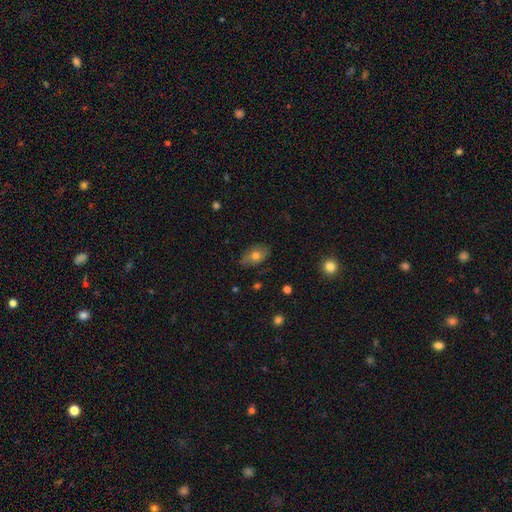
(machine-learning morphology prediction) Overall: smooth (71%). How rounded: in between (86%). Merging: none (78%).